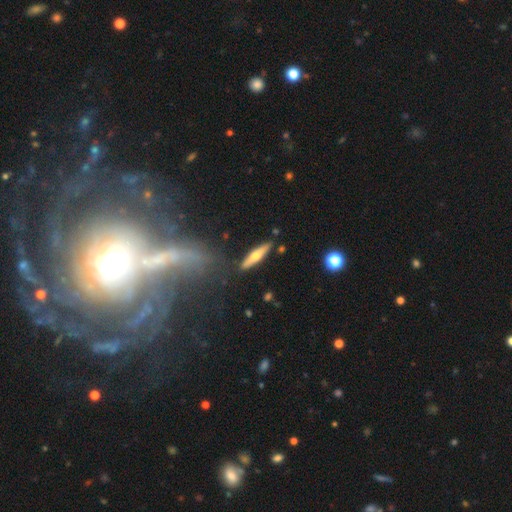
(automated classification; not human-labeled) Morphology: type=featured or disk (49%); merging=none (86%).